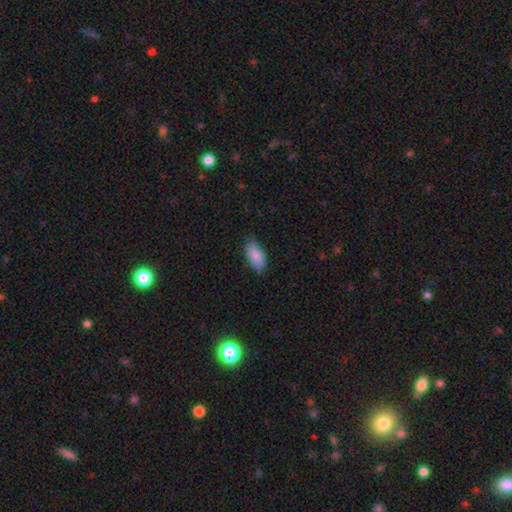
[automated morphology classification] The model was most divided on "merging": none: 77%, minor disturbance: 19%, major disturbance: 3%, merger: 1%. More confident: how rounded — in between (92%); smooth or featured — smooth (87%).